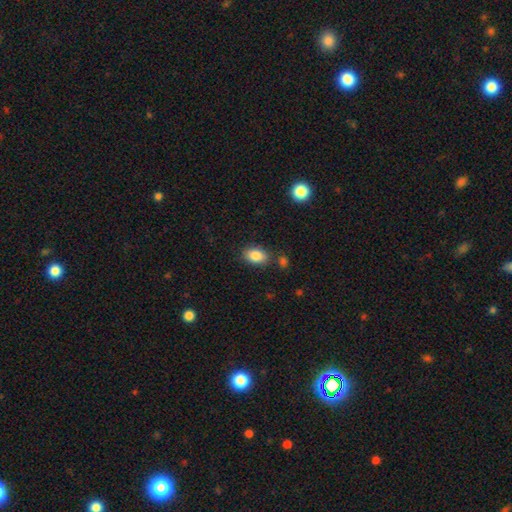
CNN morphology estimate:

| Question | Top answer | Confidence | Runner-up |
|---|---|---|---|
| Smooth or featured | smooth | 86% | star or artifact (8%) |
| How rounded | in between | 85% | round (14%) |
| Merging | none | 78% | minor disturbance (13%) |